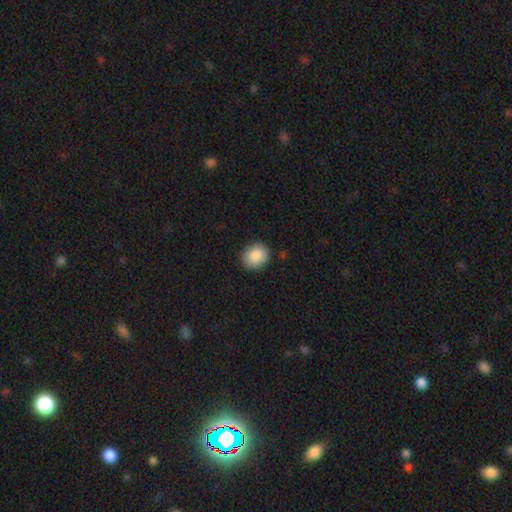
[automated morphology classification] Q: Smooth or featured?
A: smooth (88%); runner-up: star or artifact (8%)
Q: How rounded?
A: round (62%); runner-up: in between (37%)
Q: Merging?
A: none (88%); runner-up: minor disturbance (9%)